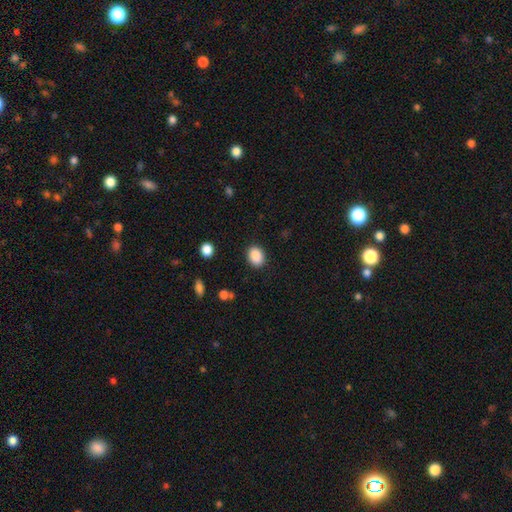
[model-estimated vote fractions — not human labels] A smooth galaxy with no disk features (88%) that is in between round and cigar-shaped (66%). Merging: none (88%).